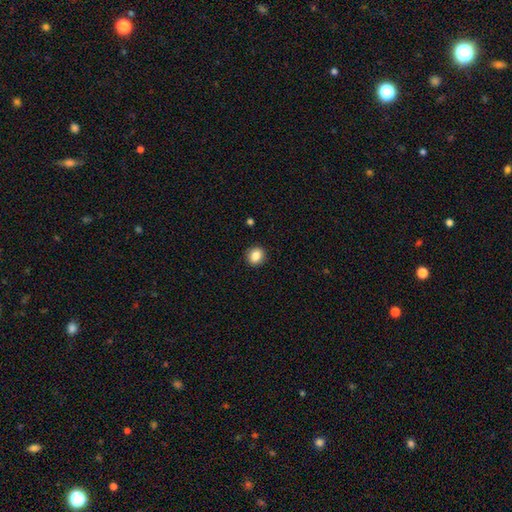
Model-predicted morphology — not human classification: Smooth or featured? Predicted: smooth (p=0.85). How rounded? Predicted: round (p=0.77). Merging? Predicted: none (p=0.92).